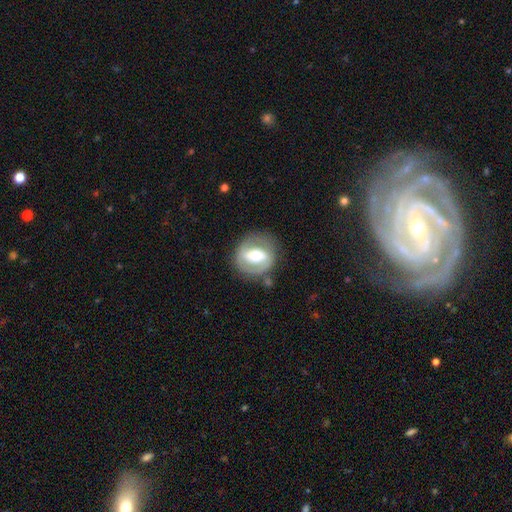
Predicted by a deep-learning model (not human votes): Smooth or featured? Predicted: featured or disk (p=0.68). Edge-on disk? Predicted: no (p=0.95). Bar? Predicted: strong (p=0.48). Spiral arms? Predicted: yes (p=0.58). Bulge size? Predicted: moderate (p=0.69). Merging? Predicted: none (p=0.77).